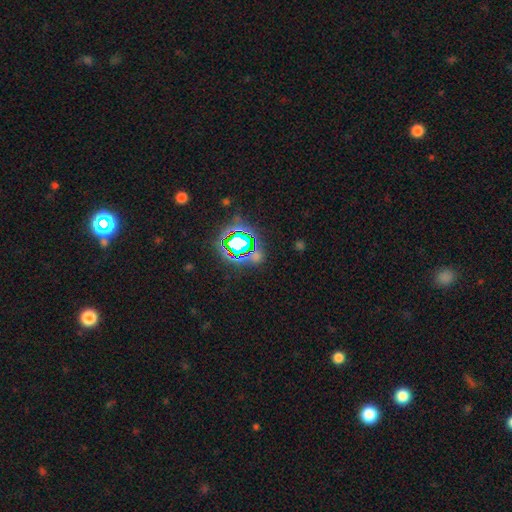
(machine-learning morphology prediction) Smooth or featured?
  - star or artifact: 67% *
  - smooth: 23%
  - featured or disk: 10%